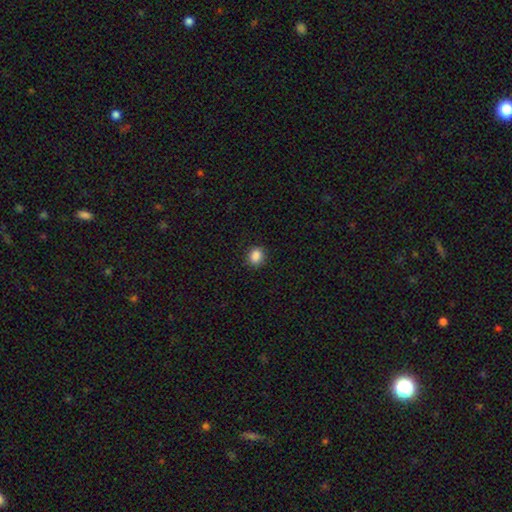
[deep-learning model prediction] Smooth or featured: smooth — 87% (star or artifact — 10%)
How rounded: round — 65% (in between — 34%)
Merging: none — 88% (minor disturbance — 9%)